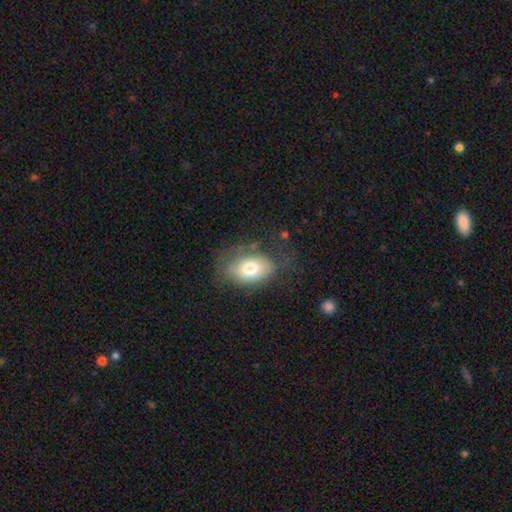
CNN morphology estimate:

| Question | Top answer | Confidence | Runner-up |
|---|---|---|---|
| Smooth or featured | smooth | 58% | featured or disk (27%) |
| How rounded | in between | 83% | round (15%) |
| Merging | none | 64% | minor disturbance (23%) |